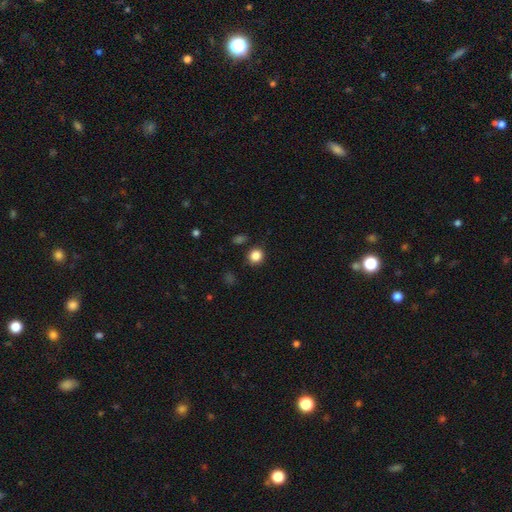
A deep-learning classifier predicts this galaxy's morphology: Smooth or featured?
  - smooth: 85% *
  - star or artifact: 11%
  - featured or disk: 4%
How rounded?
  - round: 86% *
  - in between: 13%
  - cigar-shaped: 1%
Merging?
  - none: 88% *
  - minor disturbance: 8%
  - major disturbance: 2%
  - merger: 2%